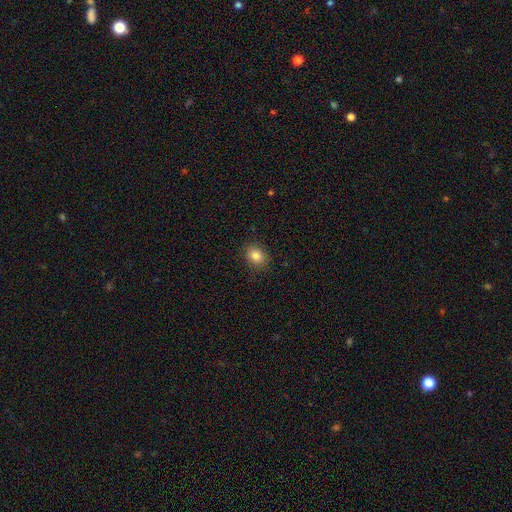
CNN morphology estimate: This is clearly a smooth galaxy (85%). How rounded: possibly in between (51%). Merging: clearly none (87%).